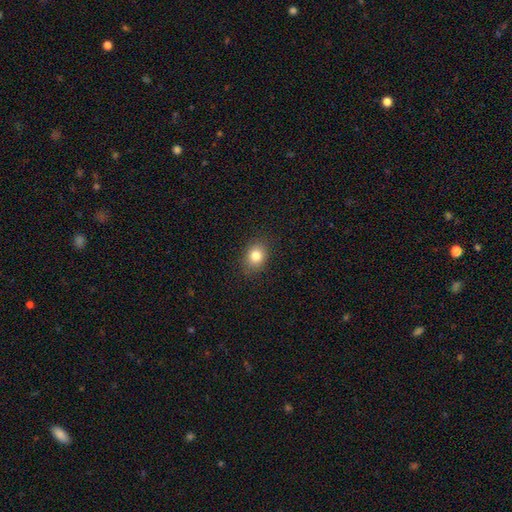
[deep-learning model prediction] The model was most divided on "how rounded": round: 53%, in between: 46%, cigar-shaped: 1%. More confident: merging — none (87%); smooth or featured — smooth (83%).